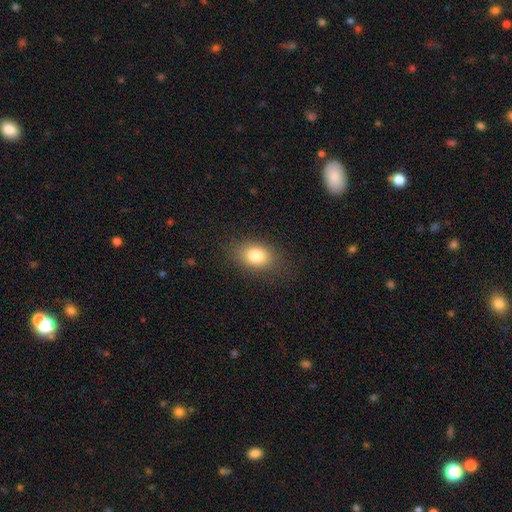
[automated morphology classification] smooth-or-featured: smooth: 82% | star or artifact: 10% | featured or disk: 9%
  how-rounded: in between: 75% | round: 23% | cigar-shaped: 1%
  merging: none: 81% | minor disturbance: 13% | major disturbance: 5% | merger: 1%